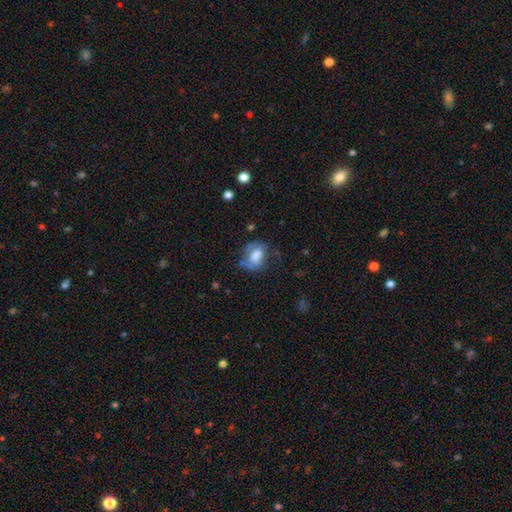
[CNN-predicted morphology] Smooth or featured?
  - smooth: 56% *
  - featured or disk: 35%
  - star or artifact: 9%
How rounded?
  - in between: 69% *
  - round: 30%
  - cigar-shaped: 2%
Merging?
  - none: 42% *
  - minor disturbance: 29%
  - major disturbance: 25%
  - merger: 4%